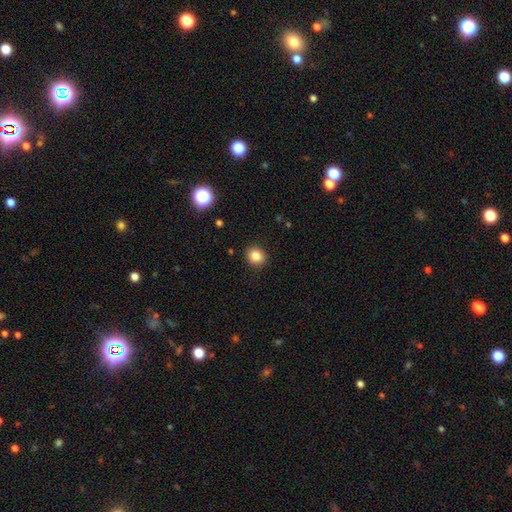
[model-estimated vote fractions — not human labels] smooth_or_featured: smooth (p=0.83) [alt: star or artifact p=0.11]
how_rounded: round (p=0.83) [alt: in between p=0.16]
merging: none (p=0.91) [alt: minor disturbance p=0.06]